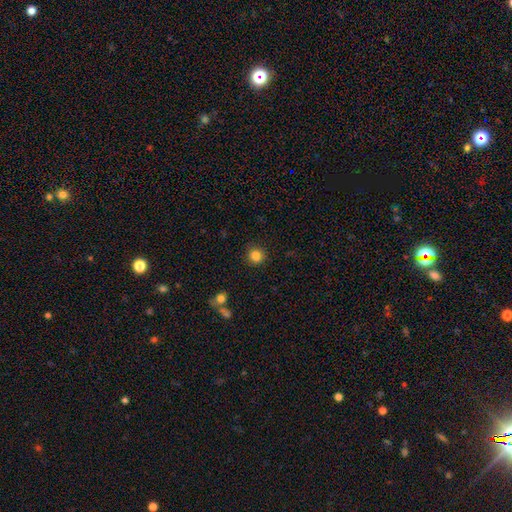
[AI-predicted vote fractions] Overall: smooth (85%). How rounded: round (92%). Merging: none (89%).